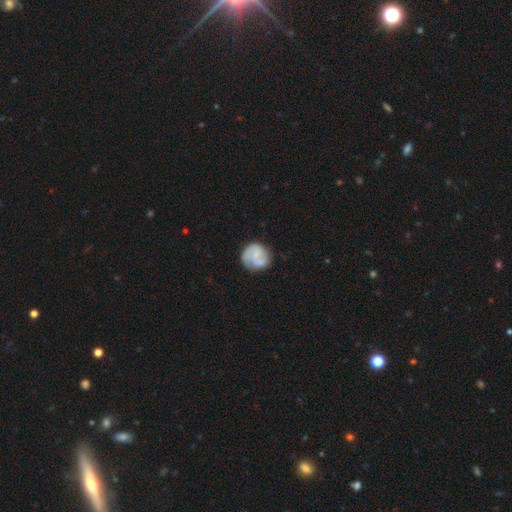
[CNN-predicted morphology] A smooth galaxy with no disk features (52%) that is round (86%).

Vote fractions:
- Smooth or featured? smooth: 52% / featured or disk: 41% / star or artifact: 7%
- How rounded? round: 86% / in between: 13% / cigar-shaped: 1%
- Merging? none: 64% / minor disturbance: 22% / major disturbance: 9% / merger: 5%